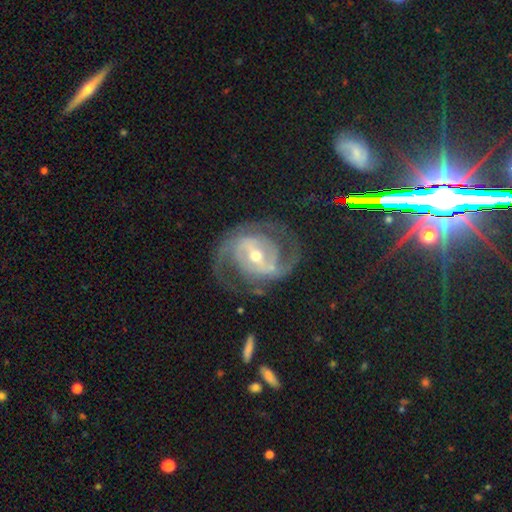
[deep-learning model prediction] Overall: featured or disk (90%). Edge-on disk: no (97%). Bar: strong (44%; weak 39%). Spiral arms: yes (96%). Spiral arm count: 2 (83%). Spiral winding: medium (54%; tight 30%). Bulge size: moderate (55%; small 40%). Merging: none (72%).